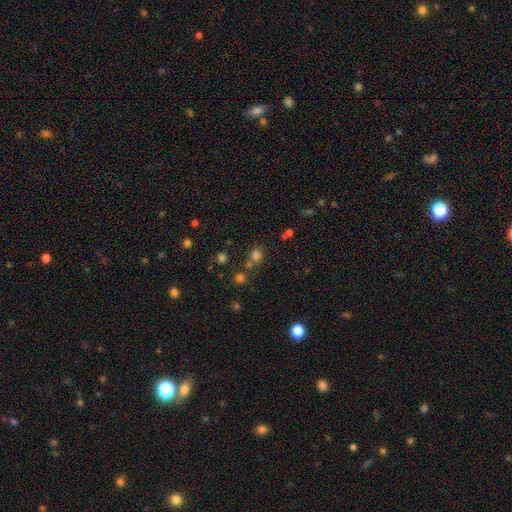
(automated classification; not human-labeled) Smooth or featured: smooth — 65% (star or artifact — 27%)
How rounded: round — 78% (in between — 21%)
Merging: none — 61% (merger — 23%)